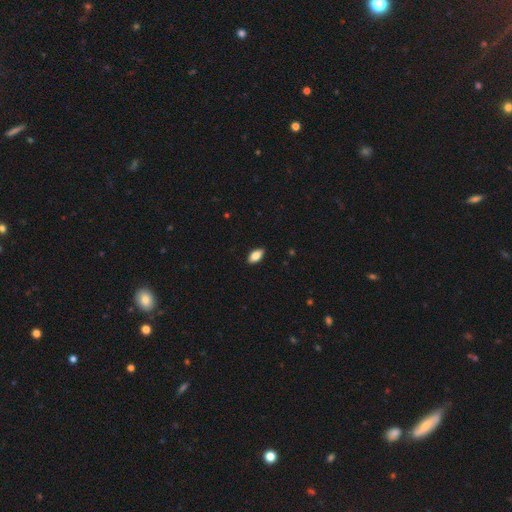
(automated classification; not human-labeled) The model was most divided on "smooth or featured": smooth: 83%, featured or disk: 10%, star or artifact: 7%. More confident: how rounded — in between (91%); merging — none (89%).